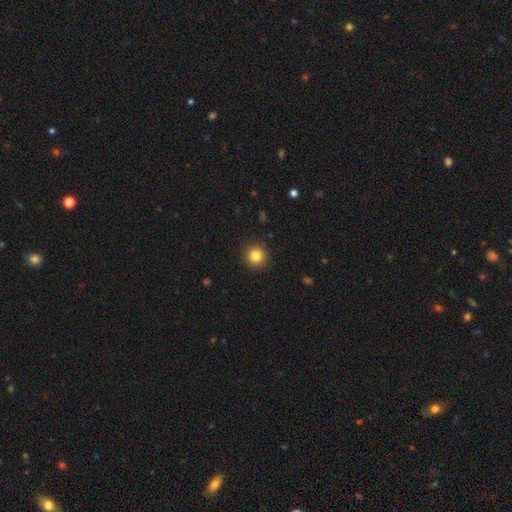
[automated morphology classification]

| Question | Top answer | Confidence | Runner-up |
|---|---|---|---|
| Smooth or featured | smooth | 84% | star or artifact (11%) |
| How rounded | round | 94% | in between (6%) |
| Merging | none | 91% | minor disturbance (6%) |